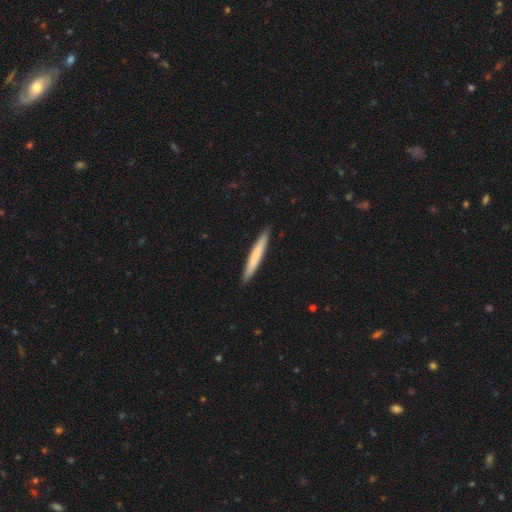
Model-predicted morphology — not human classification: The model was most divided on "smooth or featured": smooth: 70%, featured or disk: 25%, star or artifact: 5%. More confident: how rounded — cigar-shaped (96%); merging — none (92%).